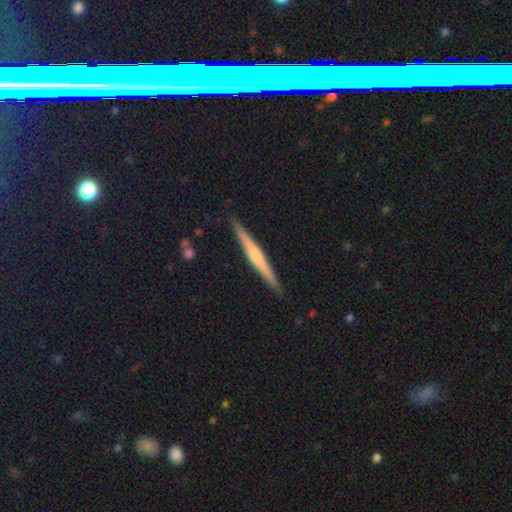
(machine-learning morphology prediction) This is likely a featured or disk galaxy (60%). It is clearly viewed edge-on (98%). Edge-on bulge: possibly rounded (47%). Merging: clearly none (91%).